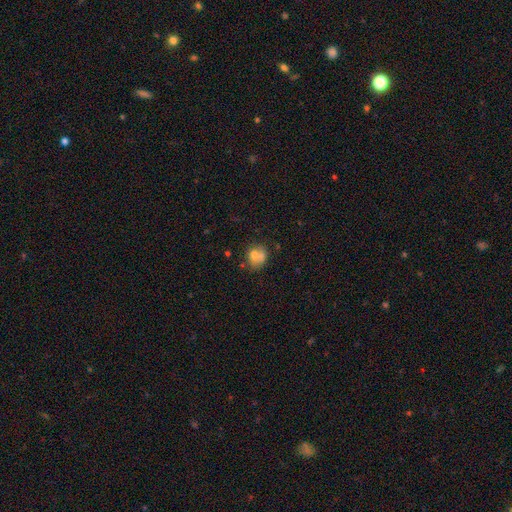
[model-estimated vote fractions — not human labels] This is likely a smooth galaxy (67%). How rounded: likely round (61%). Merging: marginally none (39%).